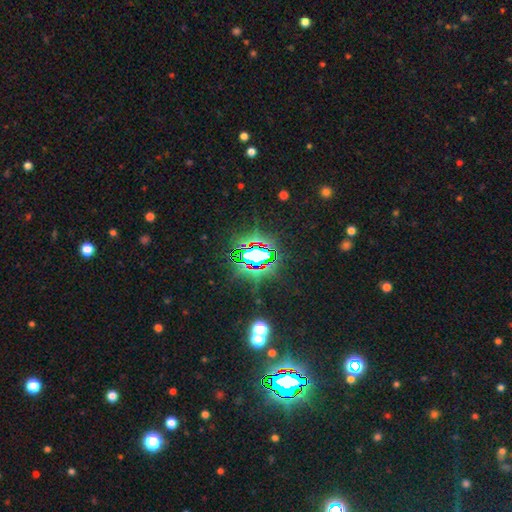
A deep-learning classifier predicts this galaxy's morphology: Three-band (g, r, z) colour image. It shows a star or artifact, not a galaxy (77%).